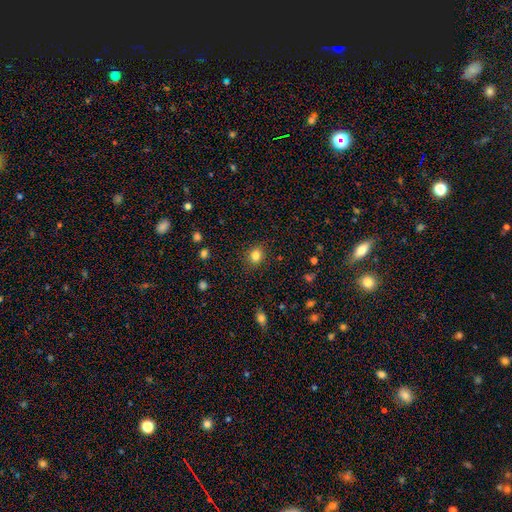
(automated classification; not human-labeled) Overall: smooth (82%). How rounded: round (67%; in between 32%). Merging: none (87%).